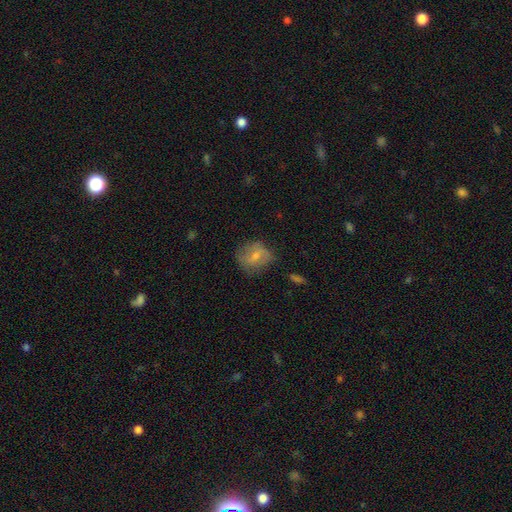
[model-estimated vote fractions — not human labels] A smooth galaxy with no disk features (59%) that is round (62%).

Vote fractions:
- Smooth or featured? smooth: 59% / featured or disk: 33% / star or artifact: 8%
- How rounded? round: 62% / in between: 37% / cigar-shaped: 1%
- Merging? none: 61% / minor disturbance: 27% / major disturbance: 11% / merger: 2%